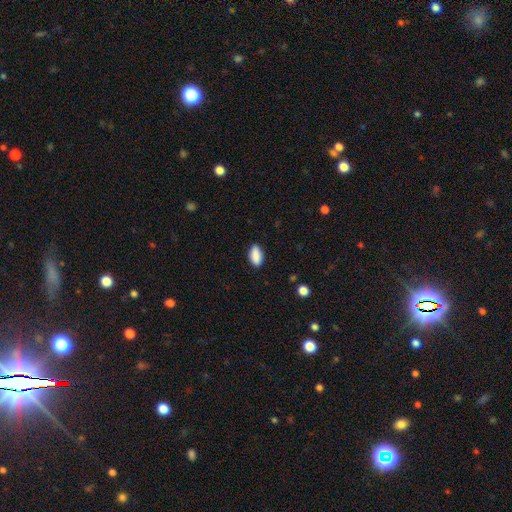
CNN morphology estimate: Smooth or featured?
  - smooth: 88% *
  - star or artifact: 7%
  - featured or disk: 4%
How rounded?
  - in between: 90% *
  - cigar-shaped: 7%
  - round: 3%
Merging?
  - none: 86% *
  - minor disturbance: 11%
  - major disturbance: 2%
  - merger: 1%